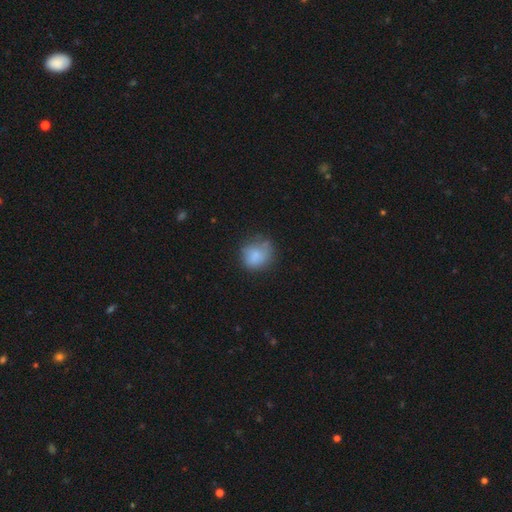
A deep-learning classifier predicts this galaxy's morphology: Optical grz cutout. It shows a smooth galaxy with no disk features (78%) that is round (76%). Merging: none (56%).